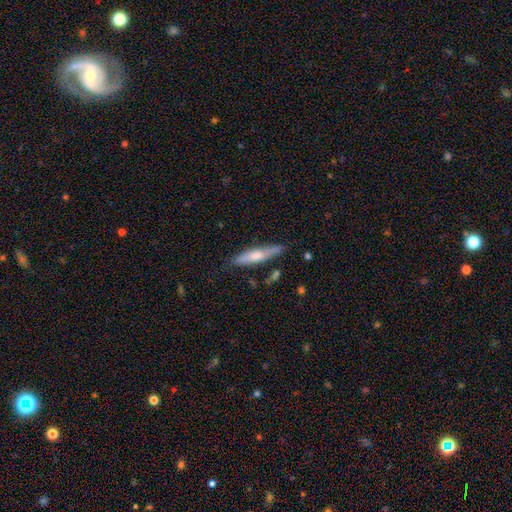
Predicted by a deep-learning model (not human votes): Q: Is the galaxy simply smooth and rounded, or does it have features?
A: smooth — 50%.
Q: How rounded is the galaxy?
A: cigar-shaped — 85%.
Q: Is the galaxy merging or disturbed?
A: none — 81%.